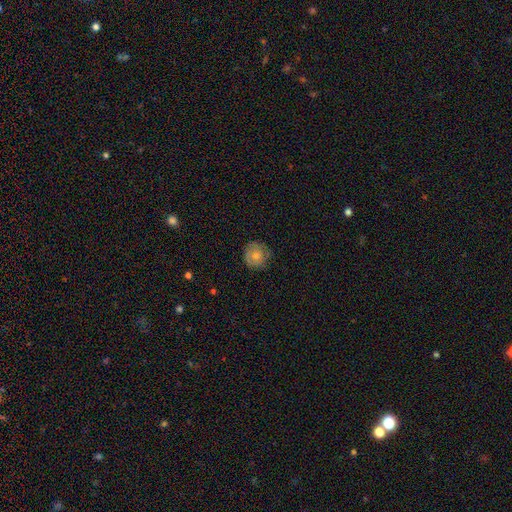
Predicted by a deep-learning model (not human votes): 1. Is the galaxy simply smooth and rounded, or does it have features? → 69% smooth, 23% featured or disk, 8% star or artifact.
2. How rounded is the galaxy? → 91% round, 8% in between, 1% cigar-shaped.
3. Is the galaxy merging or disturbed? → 74% none, 20% minor disturbance, 5% major disturbance, 1% merger.